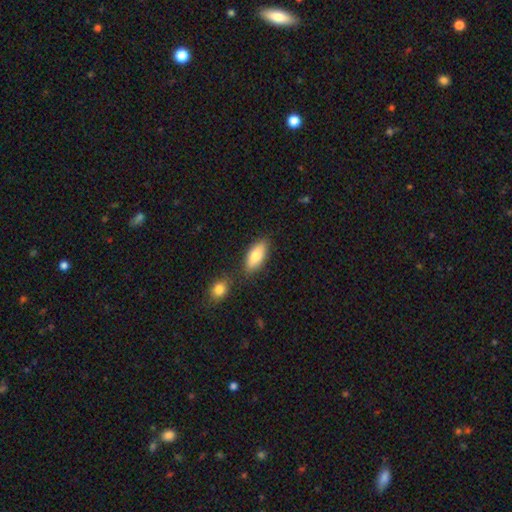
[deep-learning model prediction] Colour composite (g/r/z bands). It shows a smooth galaxy with no disk features (80%) that is in between round and cigar-shaped (84%). Merging: none (75%).